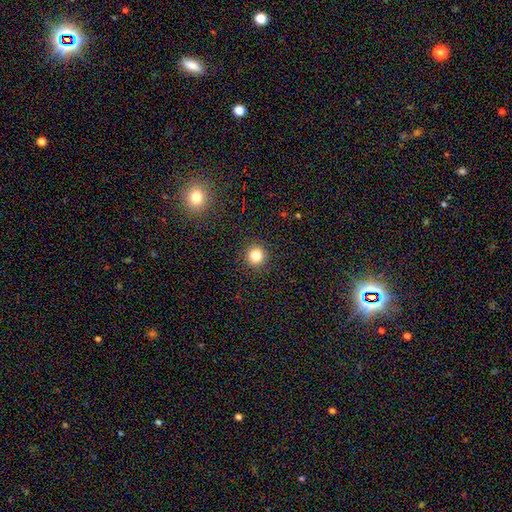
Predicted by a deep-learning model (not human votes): This appears to be a smooth galaxy with no disk features (82%) that is round (94%). Merging: none (92%).